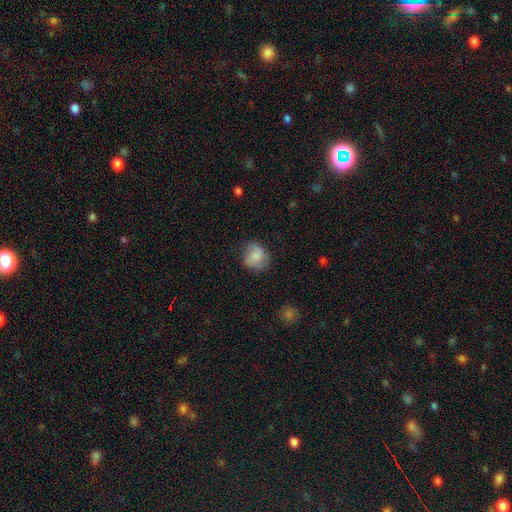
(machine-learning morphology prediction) The model was most divided on "merging": none: 64%, minor disturbance: 25%, major disturbance: 10%, merger: 2%. More confident: how rounded — round (74%); smooth or featured — smooth (67%).